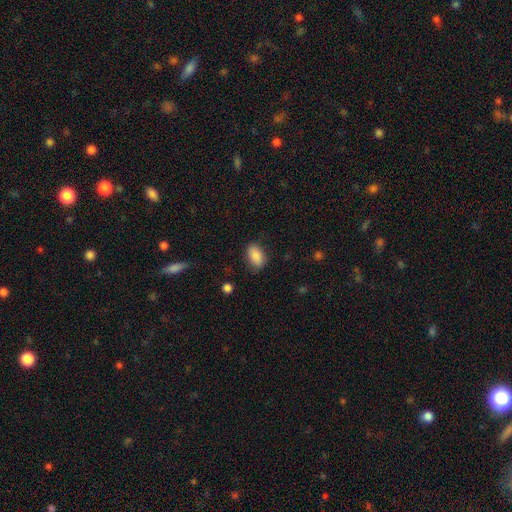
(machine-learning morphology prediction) Smooth or featured? Predicted: smooth (p=0.87). How rounded? Predicted: in between (p=0.90). Merging? Predicted: none (p=0.82).